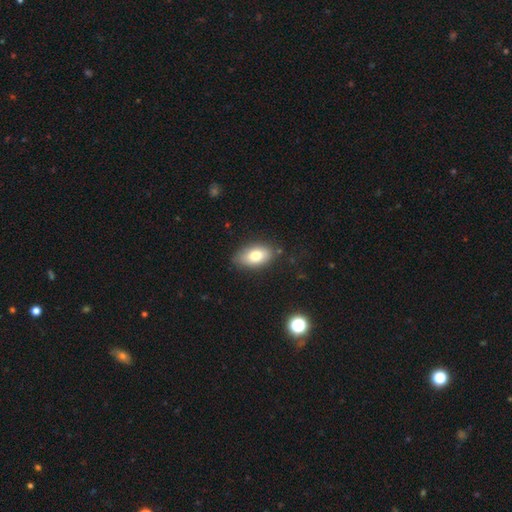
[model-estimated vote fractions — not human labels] Morphology: type=smooth (76%); roundness=in between (89%); merging=none (81%).